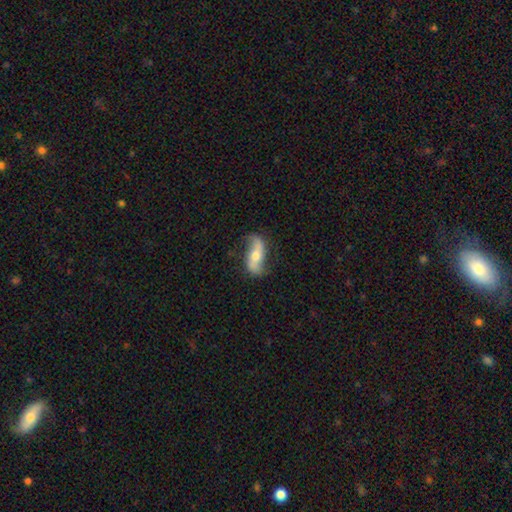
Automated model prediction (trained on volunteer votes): Overall: featured or disk (67%). Edge-on disk: no (85%). Bar: no (45%; weak 28%). Spiral arms: yes (87%). Spiral arm count: 2 (90%). Spiral winding: loose (81%). Bulge size: moderate (60%; small 31%). Merging: none (73%).